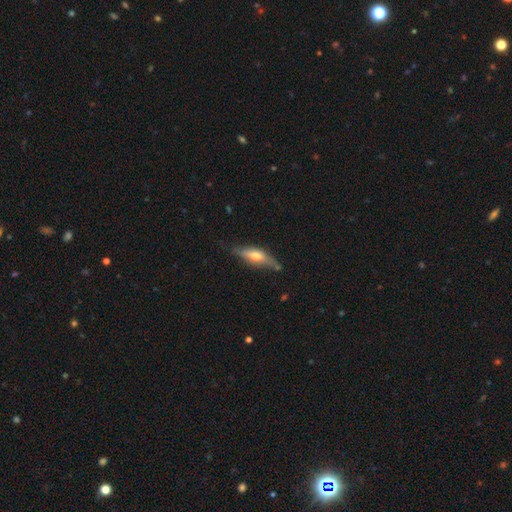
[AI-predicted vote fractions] The model was most divided on "smooth or featured": featured or disk: 55%, smooth: 38%, star or artifact: 7%. More confident: edge-on disk — yes (84%); merging — none (65%).